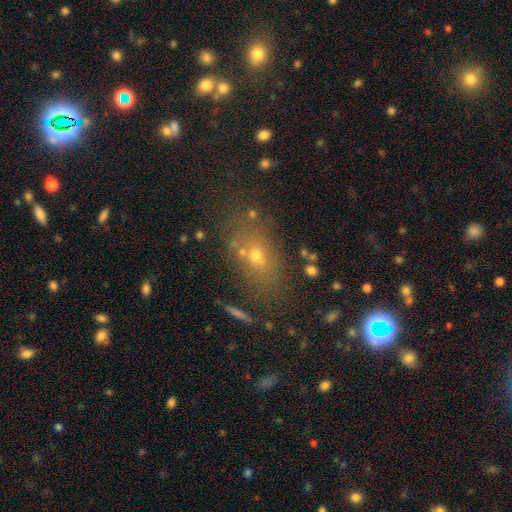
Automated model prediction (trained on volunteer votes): Smooth or featured: smooth — 52% (star or artifact — 30%)
How rounded: in between — 68% (round — 23%)
Merging: none — 70% (minor disturbance — 16%)